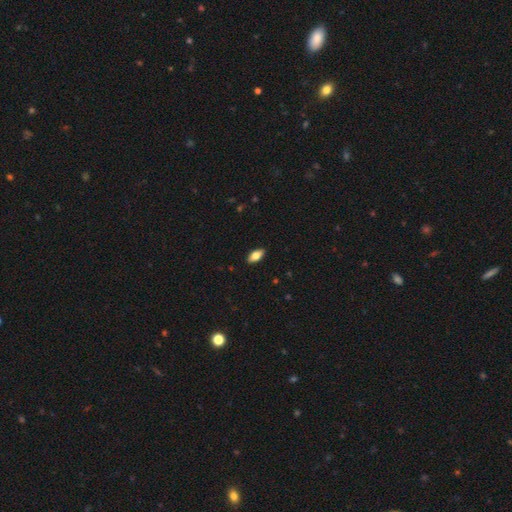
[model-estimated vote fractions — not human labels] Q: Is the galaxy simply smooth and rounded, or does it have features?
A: smooth — 77%.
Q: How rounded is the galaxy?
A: in between — 89%.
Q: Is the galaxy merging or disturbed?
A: none — 89%.